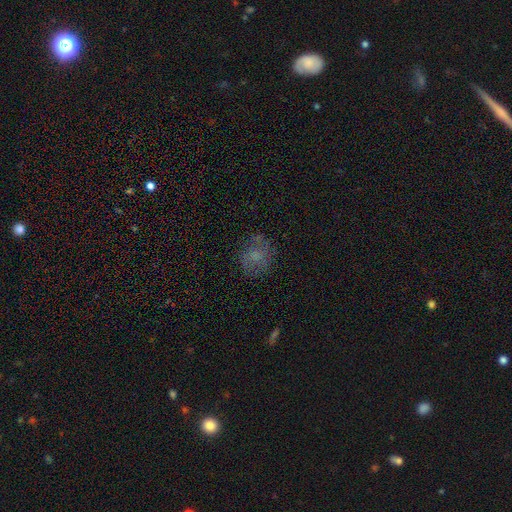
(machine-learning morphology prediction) Overall: smooth (57%; featured or disk 29%). How rounded: round (72%). Merging: none (68%).